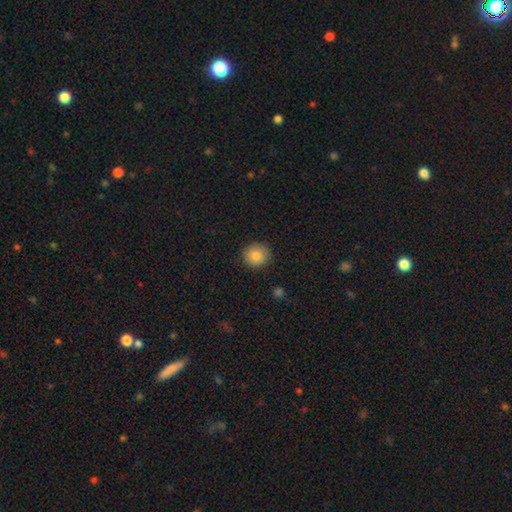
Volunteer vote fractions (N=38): Q: Smooth or featured?
A: smooth (87%); runner-up: star or artifact (8%)
Q: How rounded?
A: round (97%); runner-up: in between (3%)
Q: Merging?
A: none (97%); runner-up: major disturbance (3%)